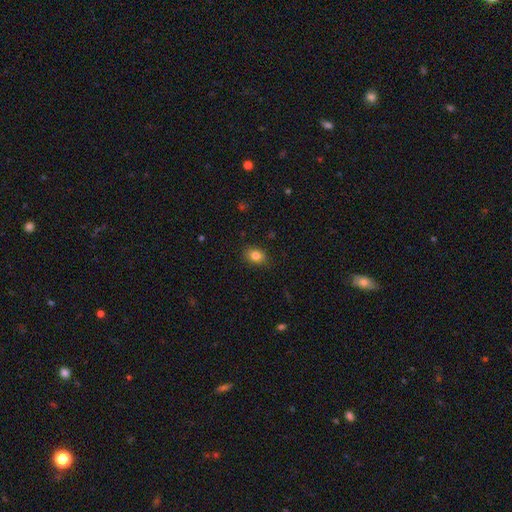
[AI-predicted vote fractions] A smooth galaxy with no disk features (84%) that is in between round and cigar-shaped (64%). Merging: none (85%).